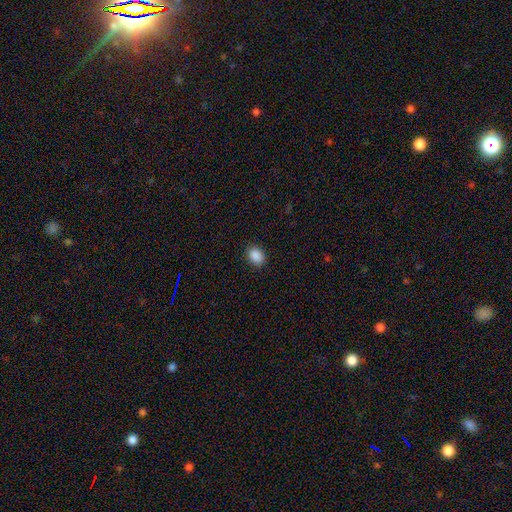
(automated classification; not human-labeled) Morphology: type=smooth (89%); roundness=in between (71%); merging=none (88%).